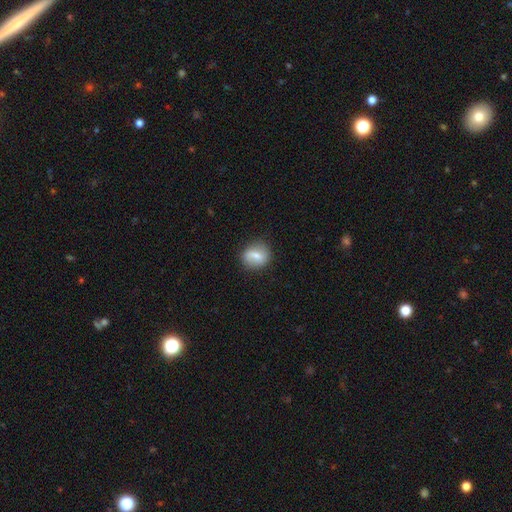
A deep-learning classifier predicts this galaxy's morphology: smooth 67%, featured or disk 25%, star or artifact 8%. Down the decision tree: how rounded — round (70%); merging — none (82%).